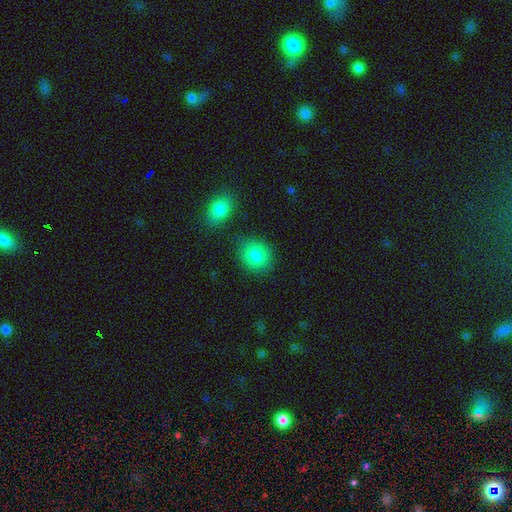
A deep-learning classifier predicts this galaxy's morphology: This appears to be a smooth galaxy with no disk features (85%) that is round (65%). Merging: none (78%).